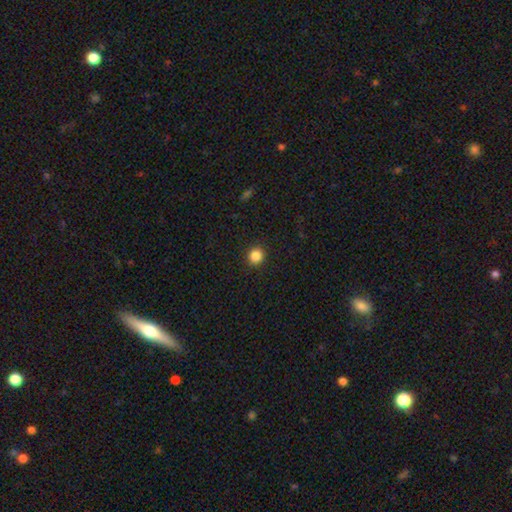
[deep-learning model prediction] Overall: smooth (86%). How rounded: round (89%). Merging: none (91%).